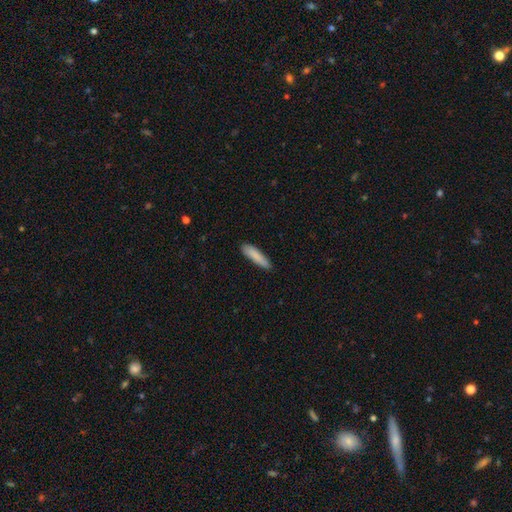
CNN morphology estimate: smooth_or_featured: smooth (p=0.86) [alt: featured or disk p=0.08]
how_rounded: cigar-shaped (p=0.78) [alt: in between p=0.21]
merging: none (p=0.86) [alt: minor disturbance p=0.11]